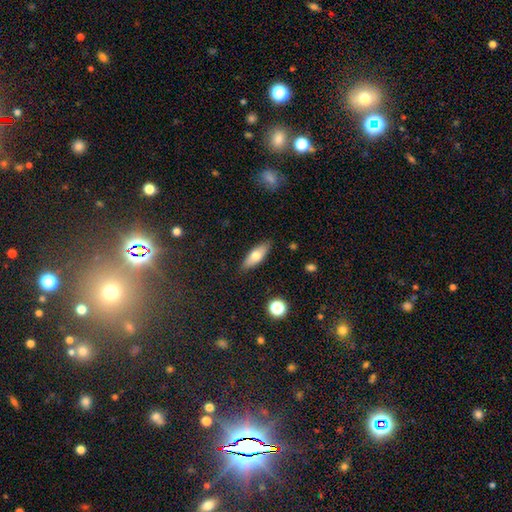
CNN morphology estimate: Smooth or featured: smooth — 66% (featured or disk — 27%)
How rounded: in between — 66% (cigar-shaped — 31%)
Merging: none — 86% (minor disturbance — 10%)